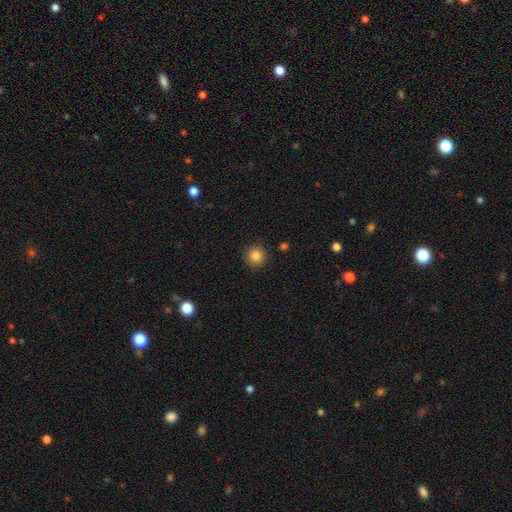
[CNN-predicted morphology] Smooth or featured?
  - smooth: 85% *
  - star or artifact: 10%
  - featured or disk: 5%
How rounded?
  - round: 93% *
  - in between: 6%
  - cigar-shaped: 1%
Merging?
  - none: 90% *
  - minor disturbance: 7%
  - major disturbance: 2%
  - merger: 1%